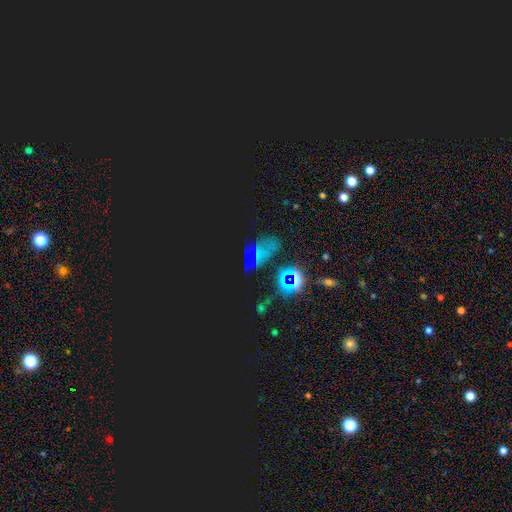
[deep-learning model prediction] The model was most divided on "smooth or featured": star or artifact: 64%, smooth: 19%, featured or disk: 17%.